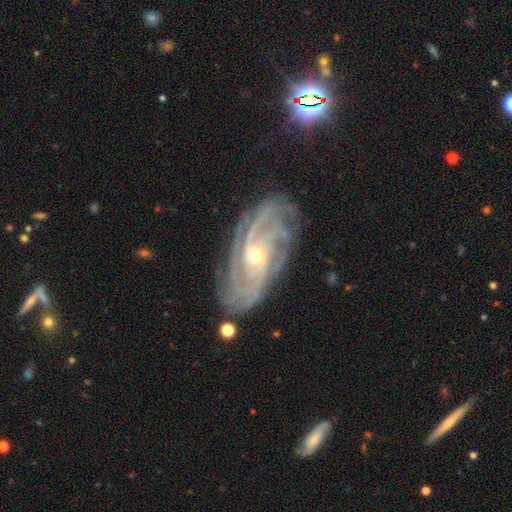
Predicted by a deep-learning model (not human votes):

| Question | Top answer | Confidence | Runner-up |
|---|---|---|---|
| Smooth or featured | featured or disk | 90% | star or artifact (6%) |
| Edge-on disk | no | 95% | yes (5%) |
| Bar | no | 59% | weak (28%) |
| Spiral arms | yes | 98% | no (2%) |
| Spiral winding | tight | 73% | medium (23%) |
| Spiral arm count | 4 | 25% | can't tell (20%) |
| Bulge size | small | 62% | moderate (36%) |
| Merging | none | 79% | minor disturbance (15%) |